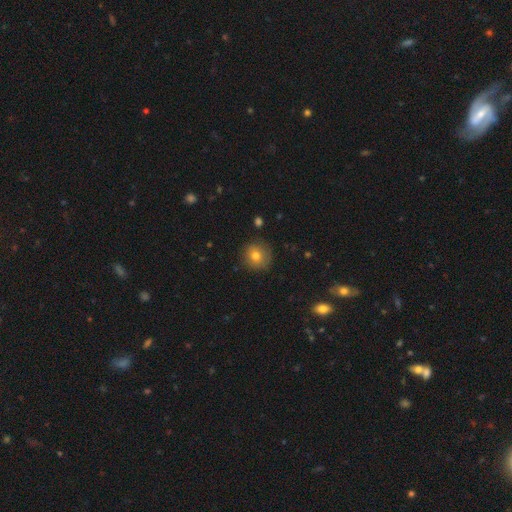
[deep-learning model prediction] smooth-or-featured: smooth: 78% | featured or disk: 11% | star or artifact: 11%
  how-rounded: round: 91% | in between: 8% | cigar-shaped: 1%
  merging: none: 85% | minor disturbance: 11% | major disturbance: 3% | merger: 1%